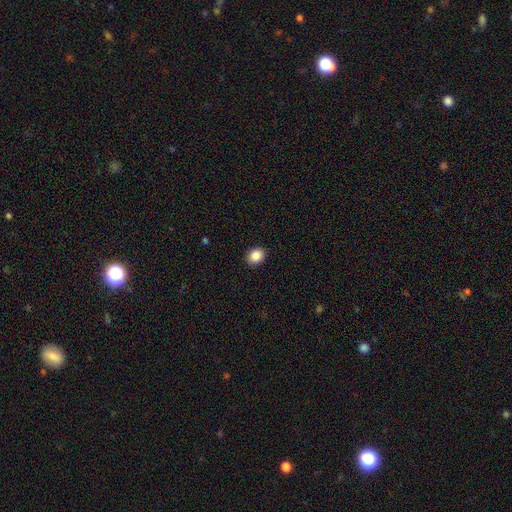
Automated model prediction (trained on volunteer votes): Morphology: type=smooth (88%); roundness=round (55%); merging=none (91%).